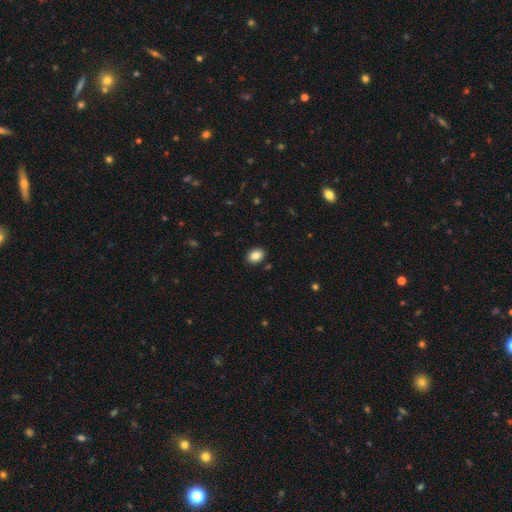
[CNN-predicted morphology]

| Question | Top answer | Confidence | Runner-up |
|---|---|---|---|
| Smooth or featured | smooth | 85% | star or artifact (9%) |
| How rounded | in between | 72% | round (27%) |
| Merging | none | 90% | minor disturbance (7%) |